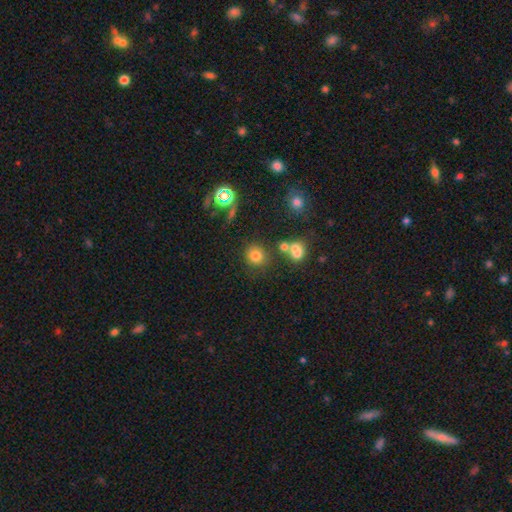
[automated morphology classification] Overall: smooth (75%). How rounded: round (86%). Merging: none (76%).